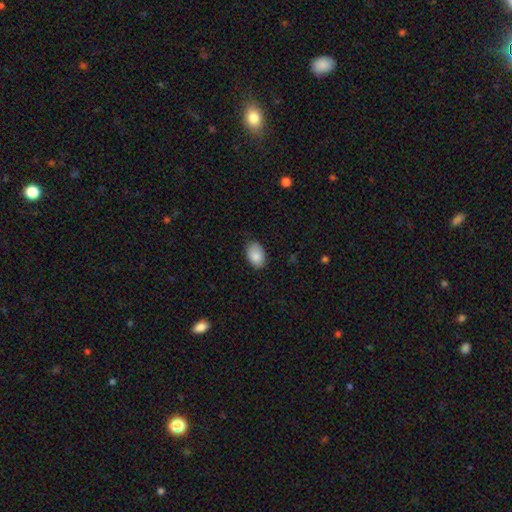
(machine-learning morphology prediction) Overall: smooth (88%). How rounded: in between (88%). Merging: none (80%).